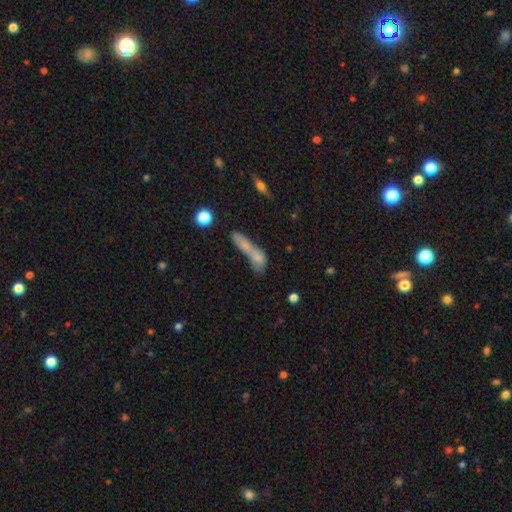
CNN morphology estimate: Smooth or featured? smooth (66%)
How rounded? cigar-shaped (48%)
Merging? merger (59%)